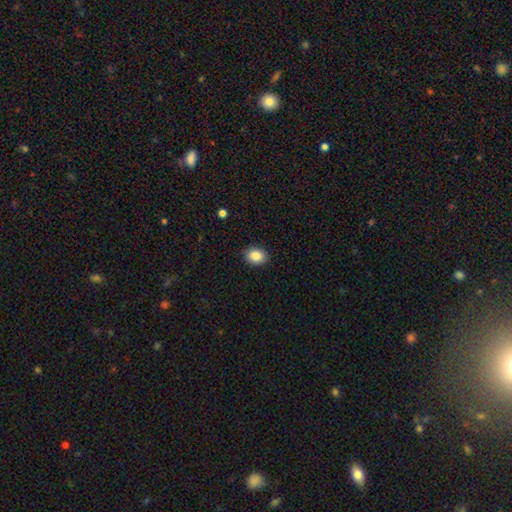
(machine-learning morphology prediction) smooth-or-featured: smooth: 87% | star or artifact: 9% | featured or disk: 5%
  how-rounded: in between: 58% | round: 41% | cigar-shaped: 1%
  merging: none: 88% | minor disturbance: 9% | major disturbance: 2% | merger: 1%